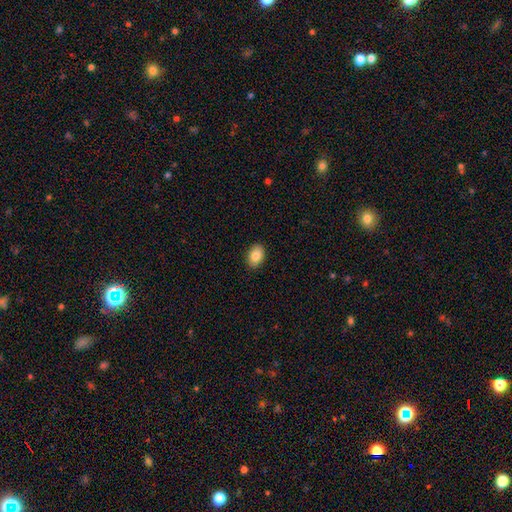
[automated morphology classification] smooth_or_featured: smooth (p=0.86) [alt: star or artifact p=0.07]
how_rounded: in between (p=0.87) [alt: round p=0.11]
merging: none (p=0.89) [alt: minor disturbance p=0.08]